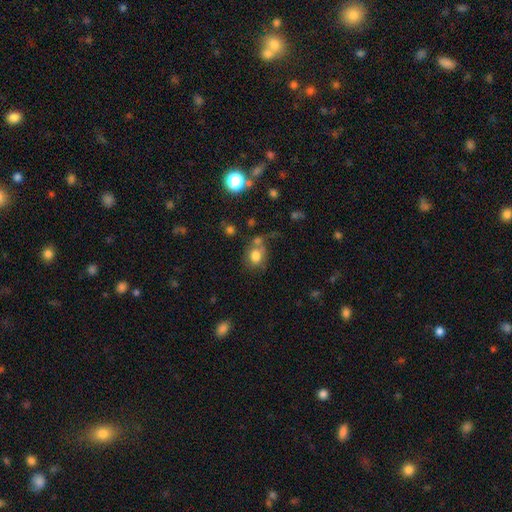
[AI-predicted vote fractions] Overall: smooth (77%). How rounded: round (69%; in between 30%). Merging: none (52%; merger 22%).